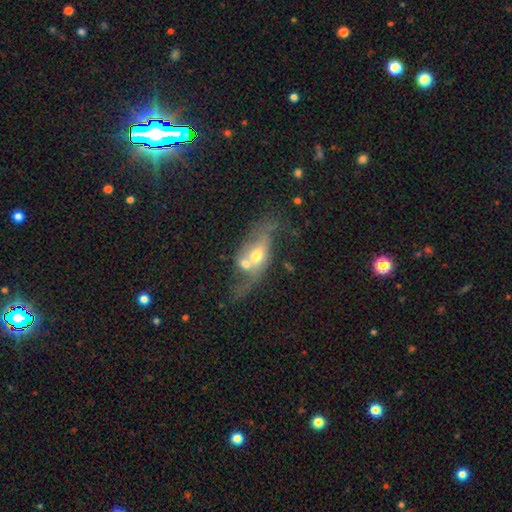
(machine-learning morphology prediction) smooth_or_featured: featured or disk (p=0.59) [alt: smooth p=0.33]
disk_edge_on: no (p=0.86) [alt: yes p=0.14]
bar: no (p=0.66) [alt: weak p=0.25]
has_spiral_arms: yes (p=0.55) [alt: no p=0.45]
bulge_size: moderate (p=0.66) [alt: small p=0.17]
merging: merger (p=0.48) [alt: none p=0.24]